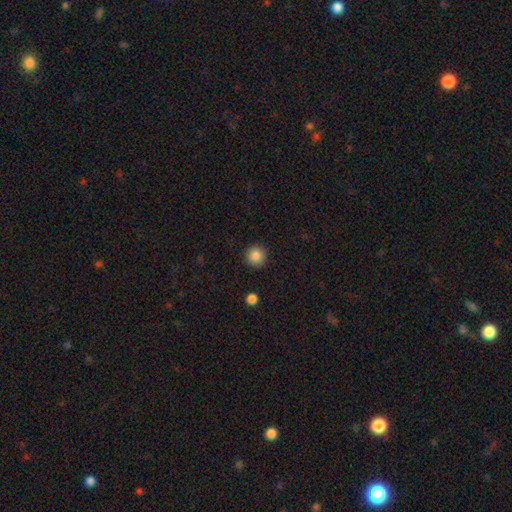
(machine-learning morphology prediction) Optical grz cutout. It shows a smooth galaxy with no disk features (85%) that is round (95%). Merging: none (92%).